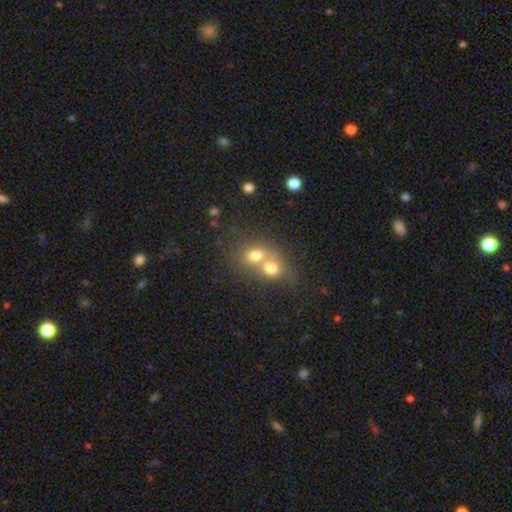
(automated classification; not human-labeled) A smooth galaxy with no disk features (69%) that is round (68%).

Vote fractions:
- Smooth or featured? smooth: 69% / featured or disk: 17% / star or artifact: 14%
- How rounded? round: 68% / in between: 31% / cigar-shaped: 1%
- Merging? merger: 69% / none: 23% / minor disturbance: 5% / major disturbance: 3%